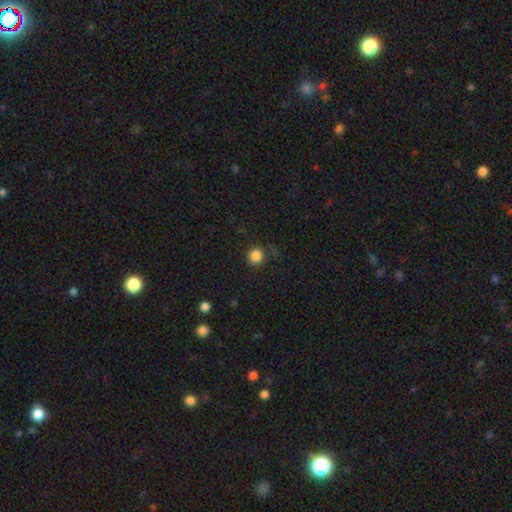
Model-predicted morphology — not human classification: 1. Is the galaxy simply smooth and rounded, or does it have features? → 85% smooth, 12% star or artifact, 4% featured or disk.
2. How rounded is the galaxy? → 93% round, 6% in between, 1% cigar-shaped.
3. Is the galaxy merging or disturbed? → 84% none, 10% minor disturbance, 4% major disturbance, 2% merger.